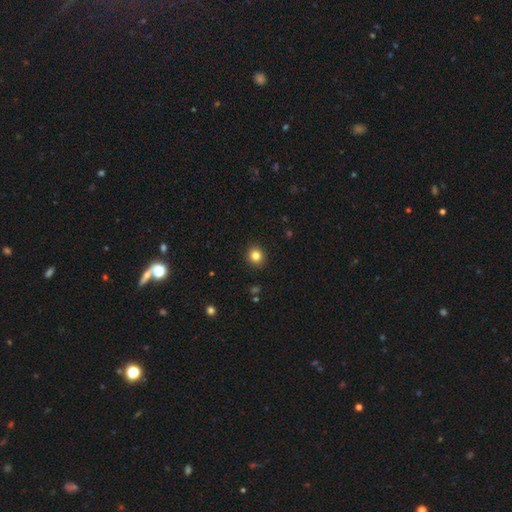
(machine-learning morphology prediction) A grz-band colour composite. It shows a smooth galaxy with no disk features (82%) that is round (85%). Merging: none (92%).